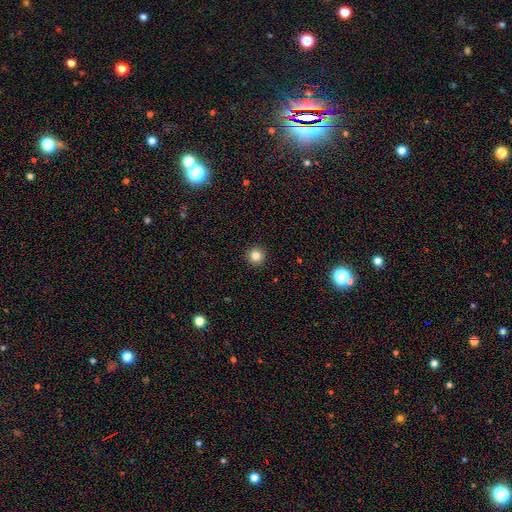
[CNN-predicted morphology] A smooth galaxy with no disk features (83%) that is round (95%). Merging: none (93%).